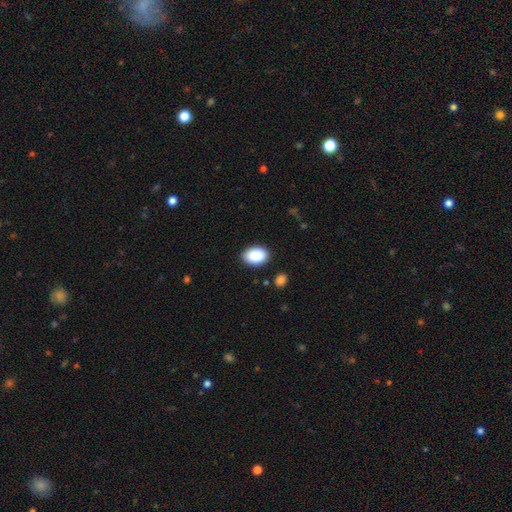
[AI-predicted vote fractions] This is clearly a smooth galaxy (89%). How rounded: clearly in between (87%). Merging: clearly none (88%).